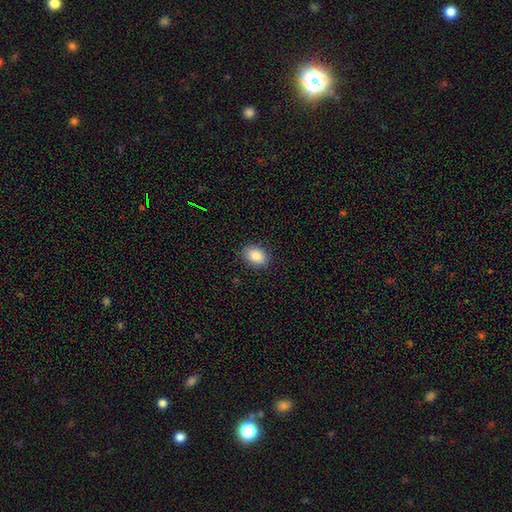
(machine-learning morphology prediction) smooth 87%, star or artifact 8%, featured or disk 5%. Down the decision tree: how rounded — in between (78%); merging — none (88%).